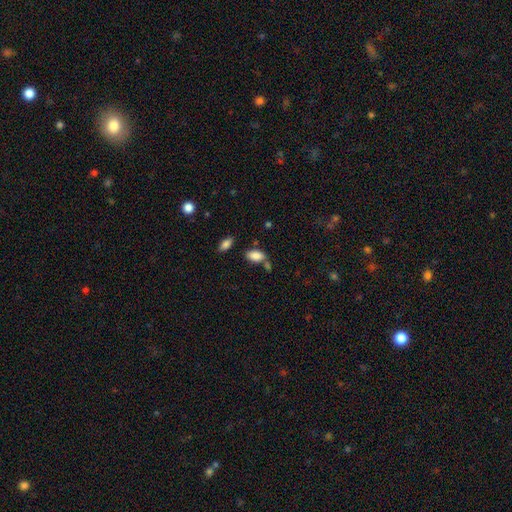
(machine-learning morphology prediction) Smooth or featured? smooth (86%)
How rounded? in between (92%)
Merging? none (65%)